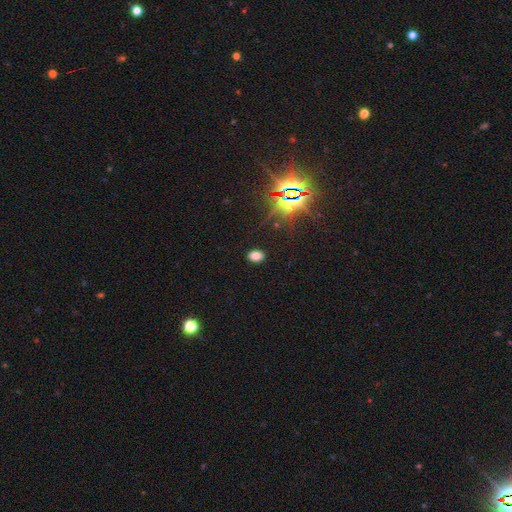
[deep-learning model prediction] Smooth or featured: smooth — 71% (star or artifact — 23%)
How rounded: in between — 78% (round — 20%)
Merging: none — 88% (minor disturbance — 7%)